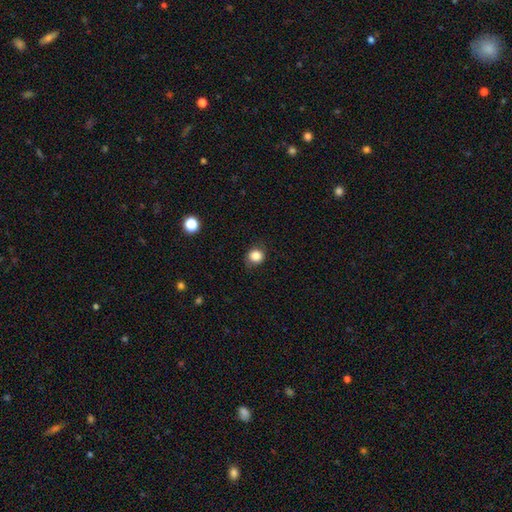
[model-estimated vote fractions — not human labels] The model was most divided on "how rounded": round: 82%, in between: 17%, cigar-shaped: 1%. More confident: smooth or featured — smooth (84%); merging — none (81%).